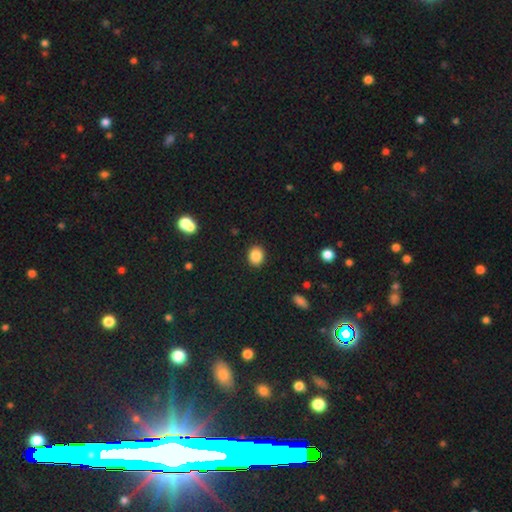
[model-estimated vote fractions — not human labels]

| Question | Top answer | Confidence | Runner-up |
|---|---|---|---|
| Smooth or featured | smooth | 87% | star or artifact (9%) |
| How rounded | round | 61% | in between (38%) |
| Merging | none | 91% | minor disturbance (6%) |